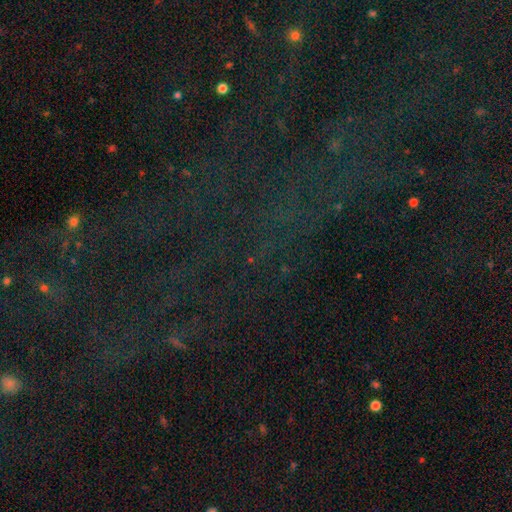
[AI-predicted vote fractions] Overall: star or artifact (79%).